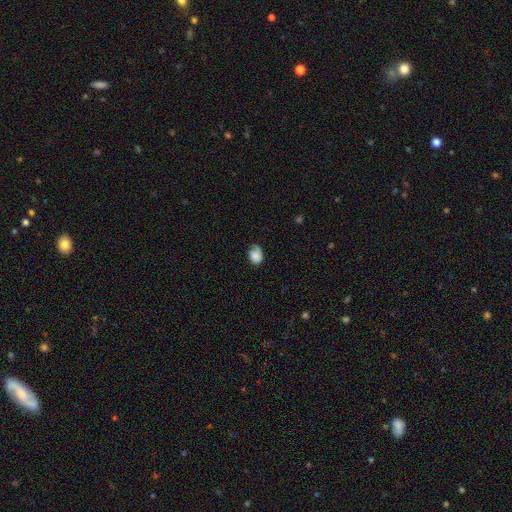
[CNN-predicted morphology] This is likely a smooth galaxy (76%). How rounded: likely in between (67%). Merging: possibly none (52%).